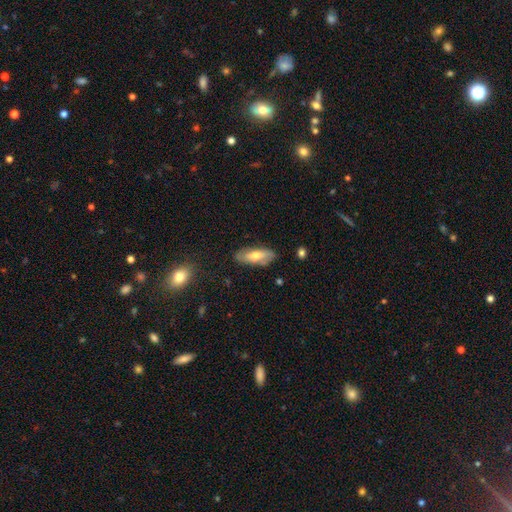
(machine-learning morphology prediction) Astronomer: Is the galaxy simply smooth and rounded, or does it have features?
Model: smooth — 60%.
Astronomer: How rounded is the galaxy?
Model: in between — 70%.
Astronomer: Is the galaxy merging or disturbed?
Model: none — 80%.